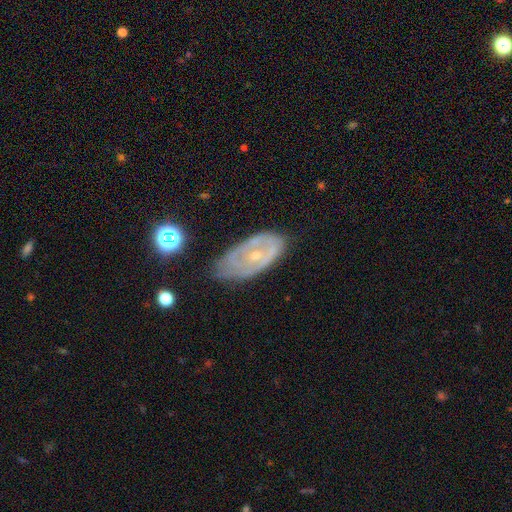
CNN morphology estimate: Smooth or featured: featured or disk — 68% (smooth — 24%)
Edge-on disk: no — 91% (yes — 9%)
Bar: no — 76% (weak — 19%)
Spiral arms: no — 51% (yes — 49%)
Bulge size: small — 68% (moderate — 29%)
Merging: none — 53% (minor disturbance — 32%)